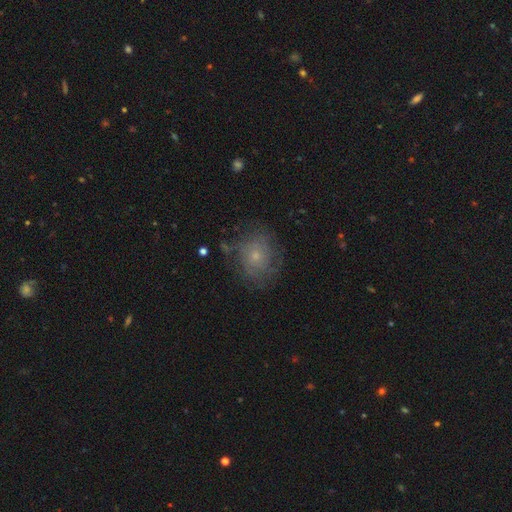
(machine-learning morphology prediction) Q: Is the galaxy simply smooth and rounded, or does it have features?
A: smooth — 49%.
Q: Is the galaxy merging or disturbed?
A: none — 67%.